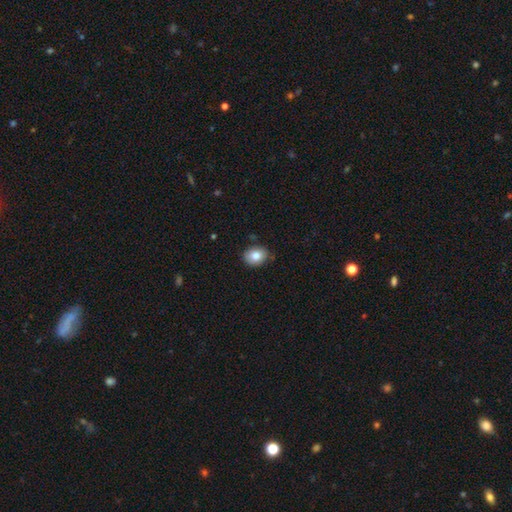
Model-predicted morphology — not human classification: A smooth galaxy with no disk features (82%) that is round (50%). Merging: none (81%).